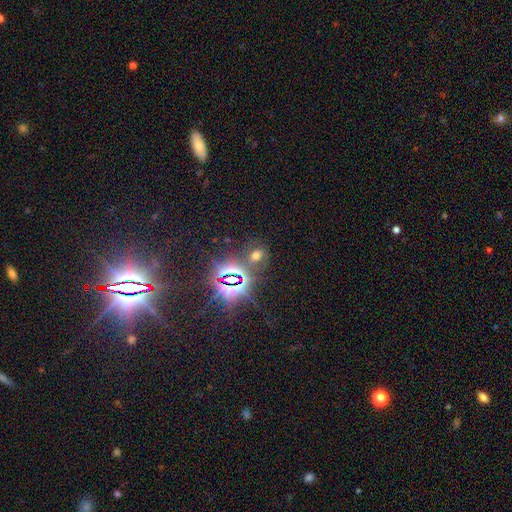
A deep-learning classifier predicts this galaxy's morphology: A star or artifact, not a galaxy (51%).